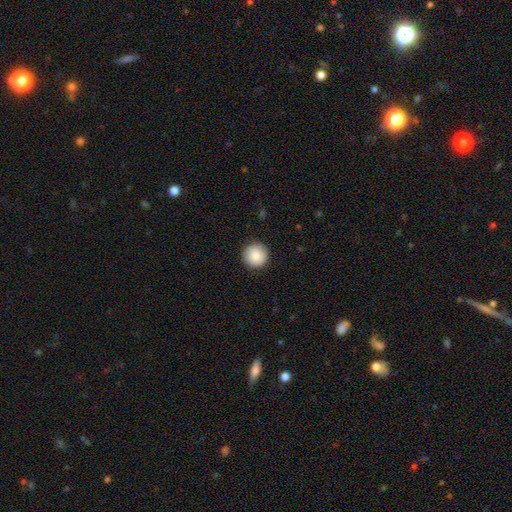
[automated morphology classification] Q: Smooth or featured?
A: smooth (86%); runner-up: star or artifact (7%)
Q: How rounded?
A: round (96%); runner-up: in between (3%)
Q: Merging?
A: none (91%); runner-up: minor disturbance (6%)